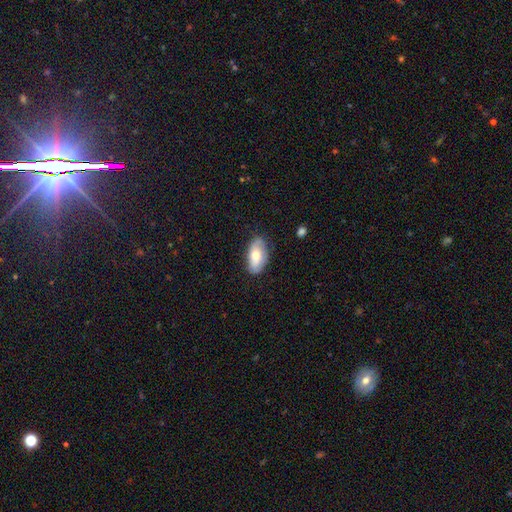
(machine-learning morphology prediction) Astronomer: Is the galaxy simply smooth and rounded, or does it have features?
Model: smooth — 63%.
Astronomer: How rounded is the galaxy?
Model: in between — 93%.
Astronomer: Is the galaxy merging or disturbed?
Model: none — 77%.